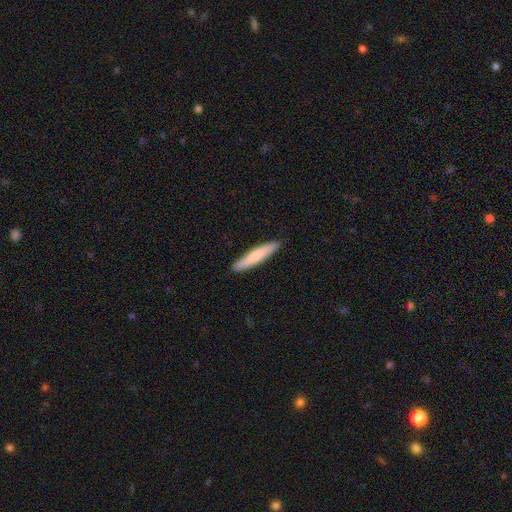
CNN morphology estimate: The model was most divided on "smooth or featured": smooth: 75%, featured or disk: 20%, star or artifact: 5%. More confident: how rounded — cigar-shaped (92%); merging — none (91%).